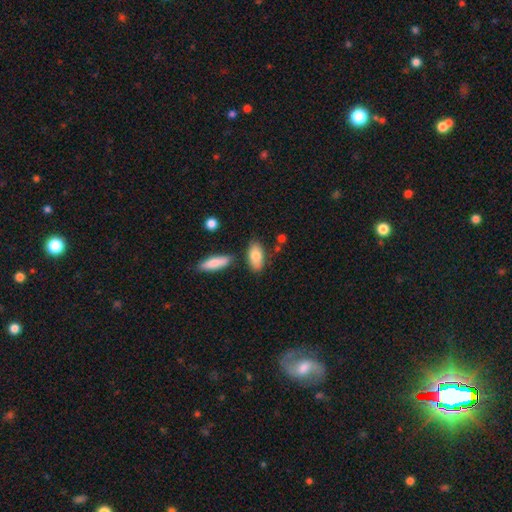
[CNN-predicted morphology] smooth_or_featured: smooth (p=0.79) [alt: featured or disk p=0.15]
how_rounded: in between (p=0.88) [alt: cigar-shaped p=0.08]
merging: none (p=0.75) [alt: minor disturbance p=0.13]